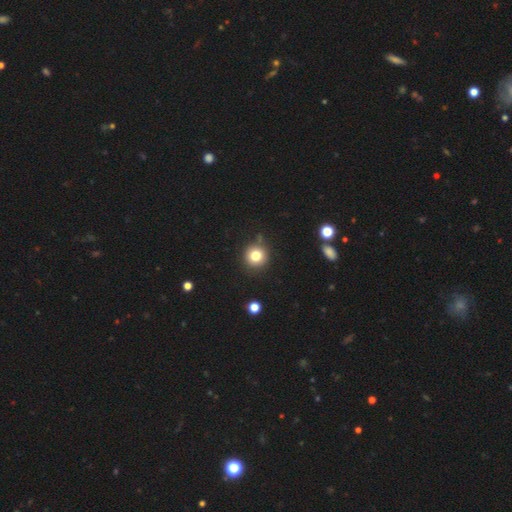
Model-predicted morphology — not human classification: Smooth or featured? Predicted: smooth (p=0.79). How rounded? Predicted: round (p=0.93). Merging? Predicted: none (p=0.85).